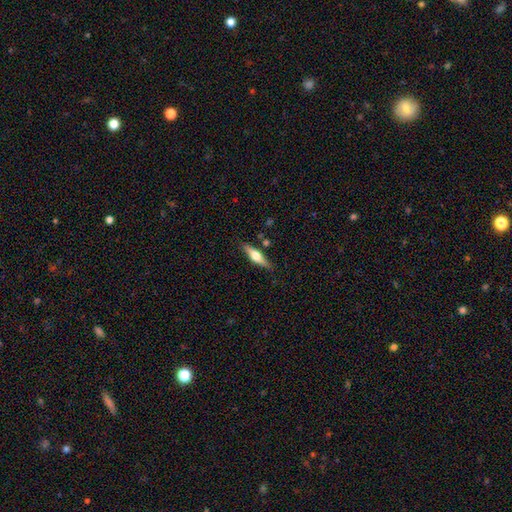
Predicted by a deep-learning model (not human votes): Smooth or featured?
  - featured or disk: 57% *
  - smooth: 37%
  - star or artifact: 6%
Edge-on disk?
  - yes: 94% *
  - no: 6%
Edge-on bulge?
  - rounded: 93% *
  - boxy: 4%
  - none: 2%
Merging?
  - none: 83% *
  - minor disturbance: 11%
  - merger: 3%
  - major disturbance: 2%